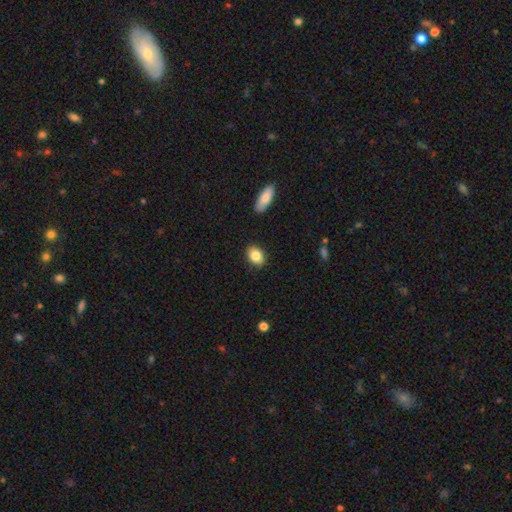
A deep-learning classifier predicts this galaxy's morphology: Smooth or featured? smooth (85%)
How rounded? in between (80%)
Merging? none (88%)